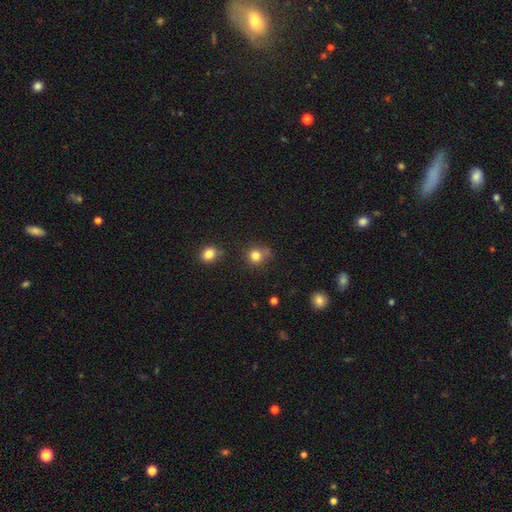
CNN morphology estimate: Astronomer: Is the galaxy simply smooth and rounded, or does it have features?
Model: smooth — 81%.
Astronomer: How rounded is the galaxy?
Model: round — 87%.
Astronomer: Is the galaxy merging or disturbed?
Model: none — 68%.